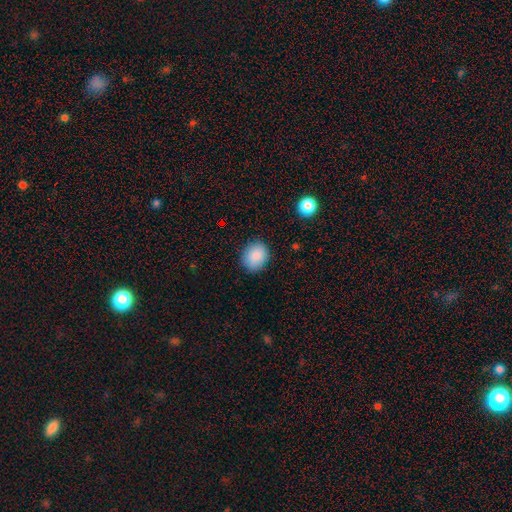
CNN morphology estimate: Q: Smooth or featured?
A: smooth (87%); runner-up: star or artifact (8%)
Q: How rounded?
A: round (58%); runner-up: in between (41%)
Q: Merging?
A: none (86%); runner-up: minor disturbance (11%)